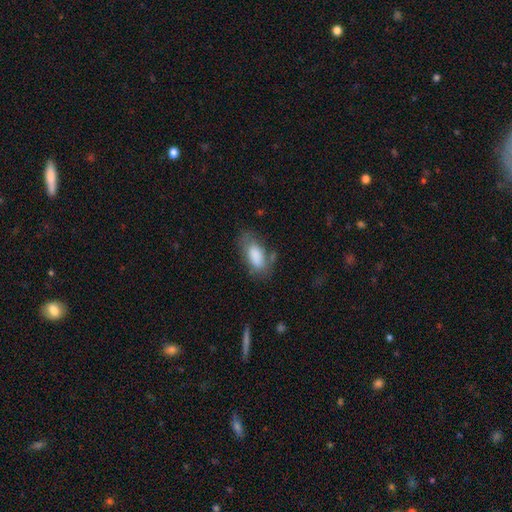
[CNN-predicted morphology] Q: Smooth or featured?
A: smooth (82%); runner-up: featured or disk (11%)
Q: How rounded?
A: in between (90%); runner-up: cigar-shaped (6%)
Q: Merging?
A: none (56%); runner-up: minor disturbance (26%)